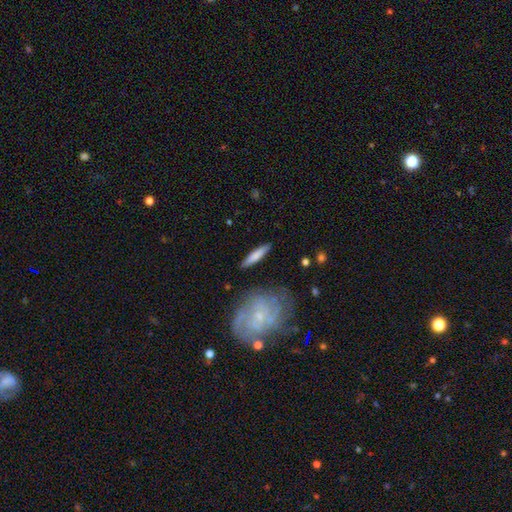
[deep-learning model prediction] Overall: smooth (69%). How rounded: cigar-shaped (85%). Merging: none (86%).